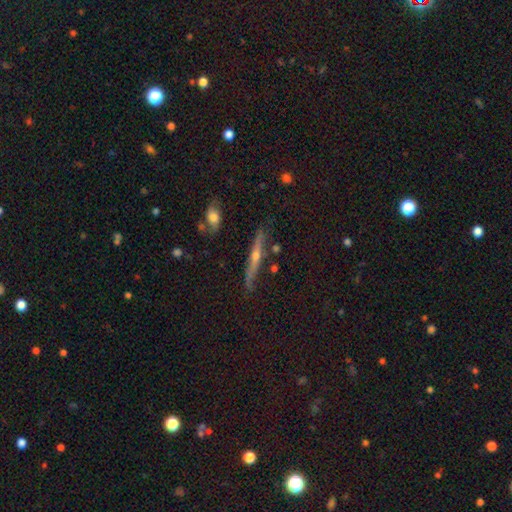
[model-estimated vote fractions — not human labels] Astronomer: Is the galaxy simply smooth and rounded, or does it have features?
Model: featured or disk — 72%.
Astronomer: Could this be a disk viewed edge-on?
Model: yes — 95%.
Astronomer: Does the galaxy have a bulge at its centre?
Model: rounded — 86%.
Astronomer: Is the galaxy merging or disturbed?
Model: none — 83%.